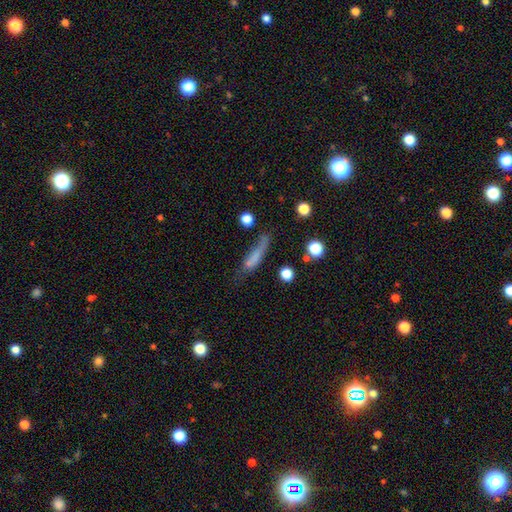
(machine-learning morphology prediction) Overall: smooth (60%; featured or disk 27%). How rounded: cigar-shaped (77%). Merging: none (48%; minor disturbance 28%).